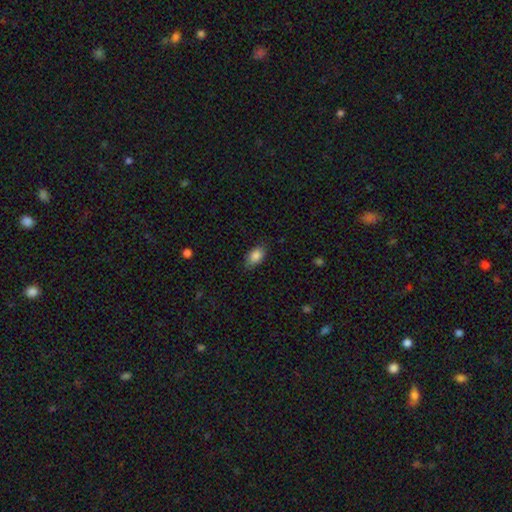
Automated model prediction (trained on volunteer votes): The model was most divided on "merging": none: 79%, minor disturbance: 17%, major disturbance: 3%, merger: 1%. More confident: how rounded — in between (89%); smooth or featured — smooth (85%).